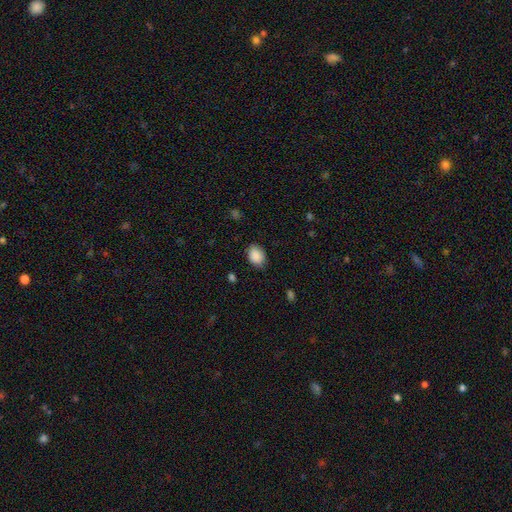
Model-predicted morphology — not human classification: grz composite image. It shows a smooth galaxy with no disk features (88%) that is in between round and cigar-shaped (73%). Merging: none (78%).